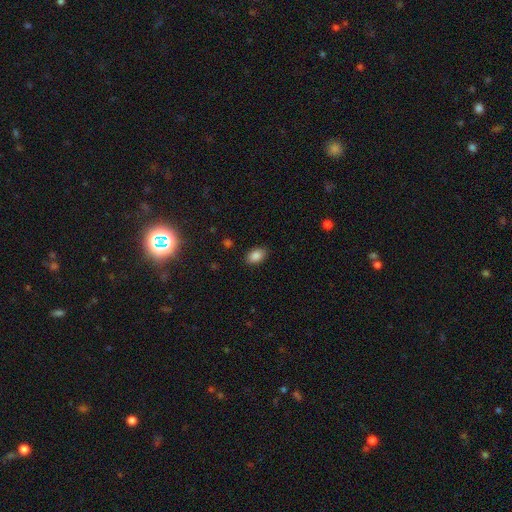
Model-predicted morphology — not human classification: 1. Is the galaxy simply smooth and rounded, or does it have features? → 86% smooth, 9% star or artifact, 5% featured or disk.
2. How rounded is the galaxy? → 86% in between, 12% round, 1% cigar-shaped.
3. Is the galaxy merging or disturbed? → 86% none, 10% minor disturbance, 2% major disturbance, 1% merger.